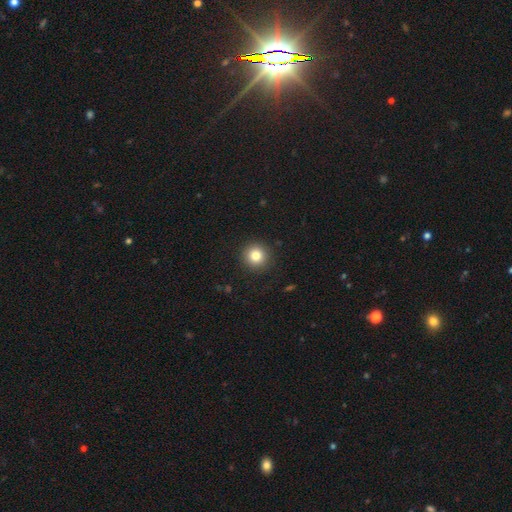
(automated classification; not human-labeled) smooth 82%, star or artifact 11%, featured or disk 7%. Down the decision tree: how rounded — round (95%); merging — none (92%).